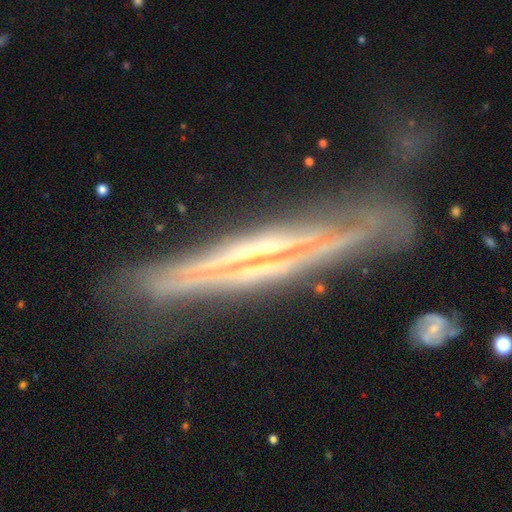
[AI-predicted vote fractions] Q: Smooth or featured?
A: featured or disk (82%); runner-up: smooth (11%)
Q: Edge-on disk?
A: yes (85%); runner-up: no (15%)
Q: Edge-on bulge?
A: none (64%); runner-up: rounded (24%)
Q: Merging?
A: none (64%); runner-up: minor disturbance (22%)